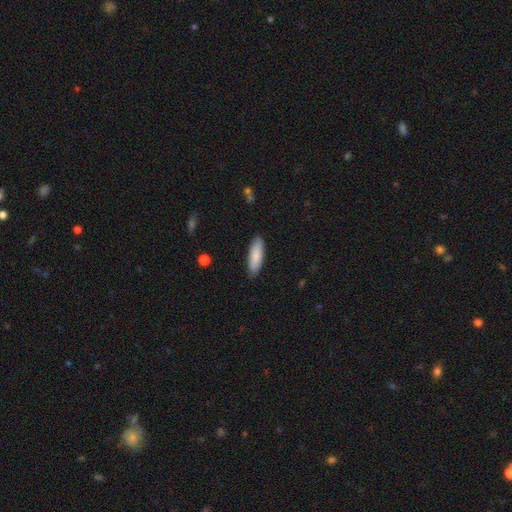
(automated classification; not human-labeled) Smooth or featured? smooth (85%)
How rounded? in between (53%)
Merging? none (88%)